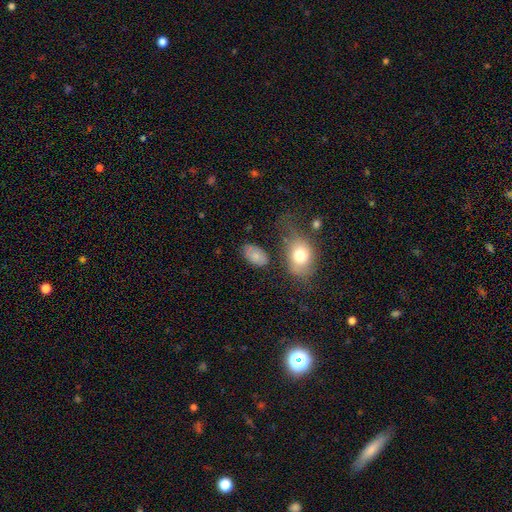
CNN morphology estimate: Smooth or featured?
  - smooth: 78% *
  - featured or disk: 13%
  - star or artifact: 9%
How rounded?
  - in between: 90% *
  - round: 8%
  - cigar-shaped: 2%
Merging?
  - none: 65% *
  - minor disturbance: 20%
  - major disturbance: 8%
  - merger: 7%